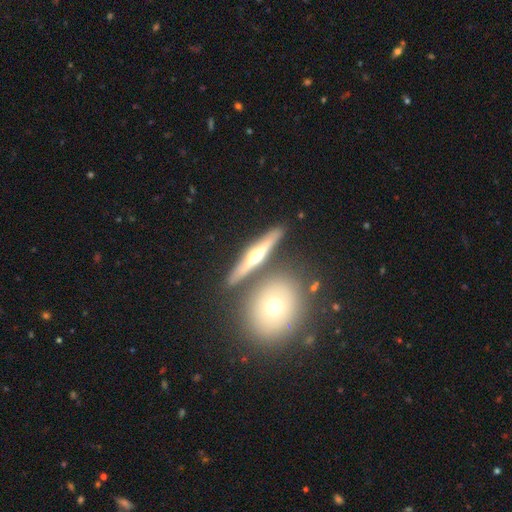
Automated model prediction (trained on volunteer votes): Morphology: type=featured or disk (67%); edge-on=yes (92%); edge-on bulge=rounded (91%); merging=none (79%).